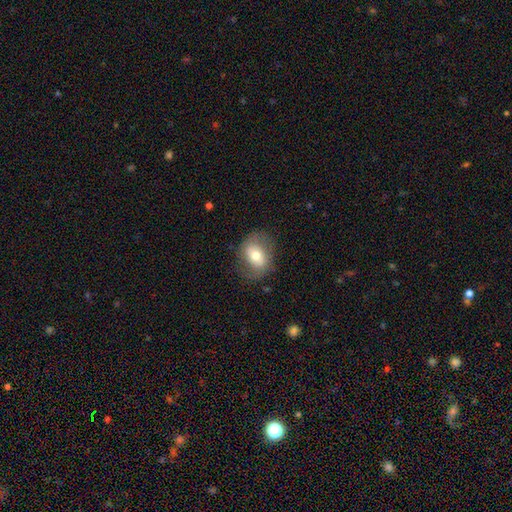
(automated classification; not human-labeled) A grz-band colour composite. It shows a smooth galaxy with no disk features (57%) that is in between round and cigar-shaped (59%). Merging: none (72%).